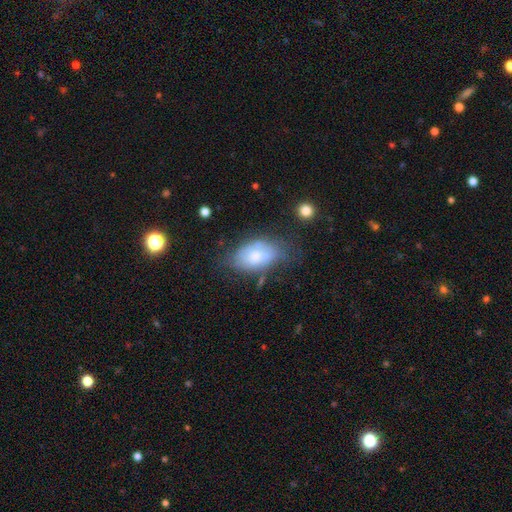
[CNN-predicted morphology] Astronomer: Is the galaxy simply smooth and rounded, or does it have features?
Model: smooth — 61%.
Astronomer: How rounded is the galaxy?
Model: in between — 91%.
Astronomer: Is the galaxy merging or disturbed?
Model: none — 54%.